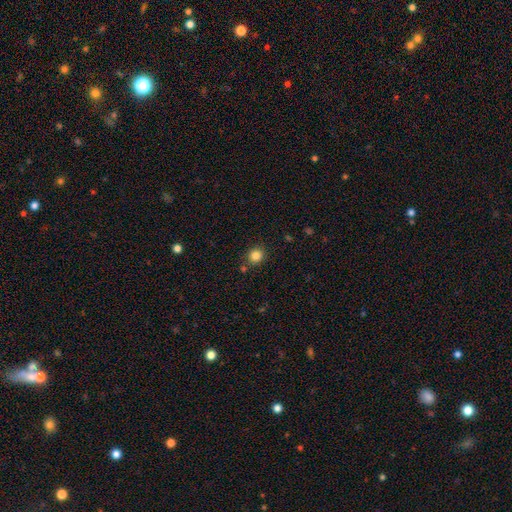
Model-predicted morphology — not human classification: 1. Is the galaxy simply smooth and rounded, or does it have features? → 84% smooth, 12% star or artifact, 5% featured or disk.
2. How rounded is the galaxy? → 84% round, 15% in between, 1% cigar-shaped.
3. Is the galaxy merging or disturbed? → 84% none, 9% minor disturbance, 5% merger, 3% major disturbance.